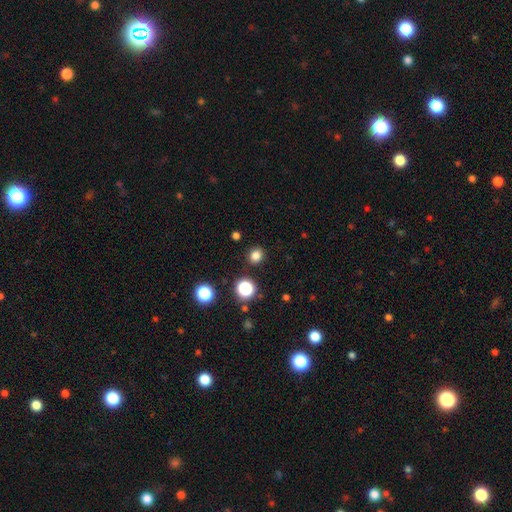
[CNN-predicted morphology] Smooth or featured? smooth (81%)
How rounded? round (83%)
Merging? none (90%)